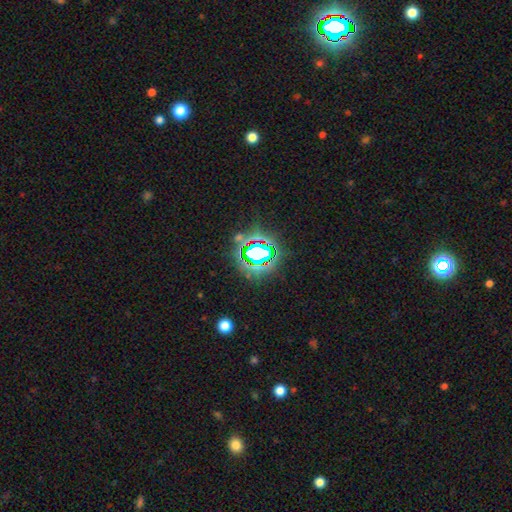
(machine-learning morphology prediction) Overall: star or artifact (72%).